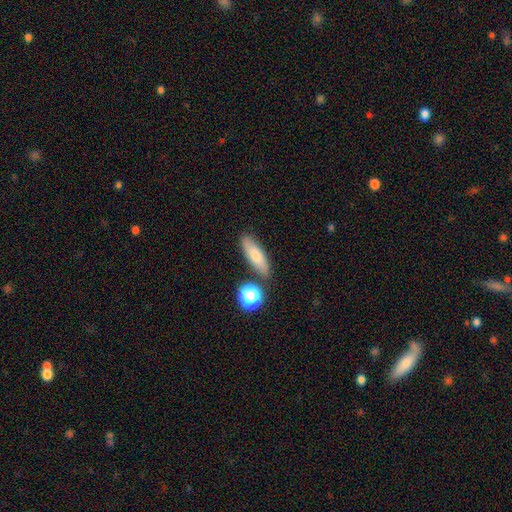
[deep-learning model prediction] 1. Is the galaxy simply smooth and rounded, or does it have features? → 75% smooth, 17% featured or disk, 9% star or artifact.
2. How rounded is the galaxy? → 48% cigar-shaped, 47% in between, 5% round.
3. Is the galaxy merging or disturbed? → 77% none, 12% minor disturbance, 7% merger, 3% major disturbance.